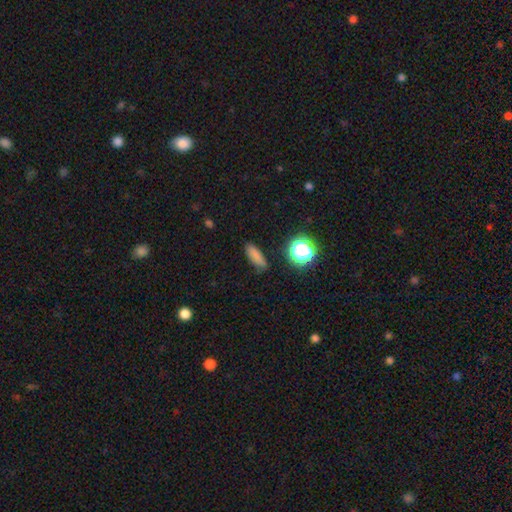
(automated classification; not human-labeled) smooth 78%, star or artifact 14%, featured or disk 8%. Down the decision tree: how rounded — in between (52%); merging — none (81%).